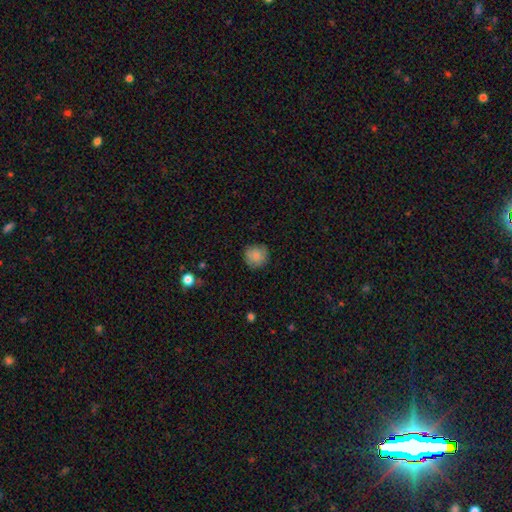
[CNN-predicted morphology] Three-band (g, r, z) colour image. It shows a smooth galaxy with no disk features (84%) that is round (91%). Merging: none (81%).